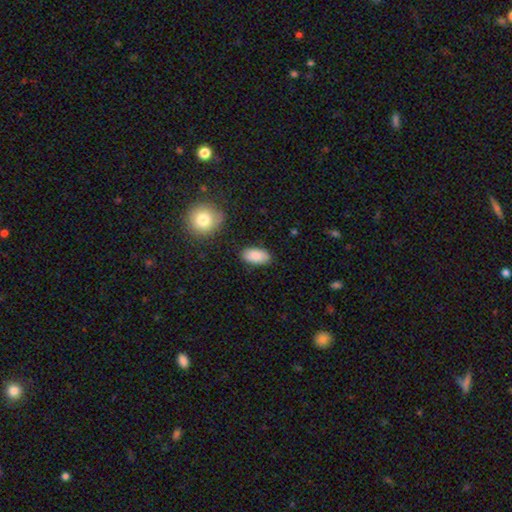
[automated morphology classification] A smooth galaxy with no disk features (88%) that is in between round and cigar-shaped (93%). Merging: none (84%).